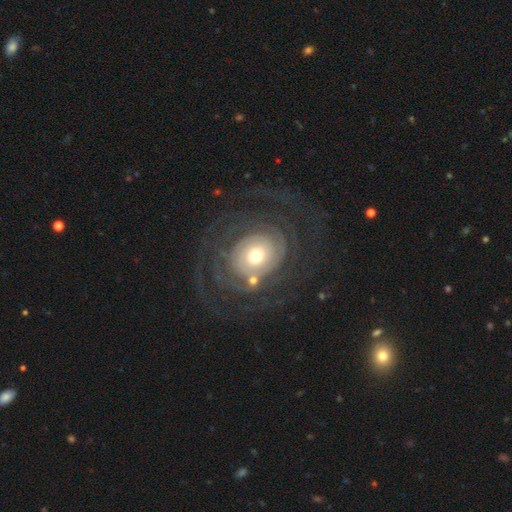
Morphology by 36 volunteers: Smooth or featured? 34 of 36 (94%) said featured or disk. Edge-on disk? 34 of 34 (100%) said no. Bar? 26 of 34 (76%) said no. Spiral arms? 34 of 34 (100%) said yes. Spiral winding? 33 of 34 (97%) said tight. Spiral arm count? 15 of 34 (44%) said 2. Bulge size? 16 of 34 (47%) said moderate. Merging? 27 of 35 (77%) said none.